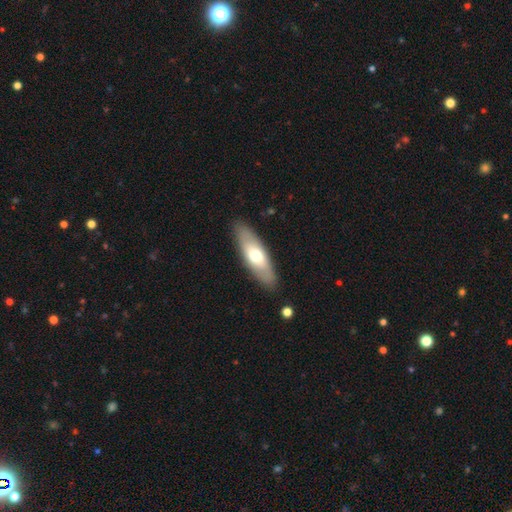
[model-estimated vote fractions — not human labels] Smooth or featured: smooth — 58% (featured or disk — 37%)
How rounded: in between — 59% (cigar-shaped — 39%)
Merging: none — 87% (minor disturbance — 9%)